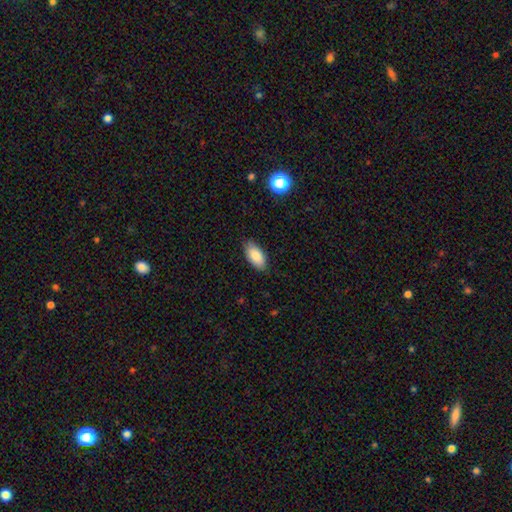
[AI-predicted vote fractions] Q: Smooth or featured?
A: smooth (85%); runner-up: featured or disk (8%)
Q: How rounded?
A: in between (92%); runner-up: cigar-shaped (5%)
Q: Merging?
A: none (84%); runner-up: minor disturbance (13%)